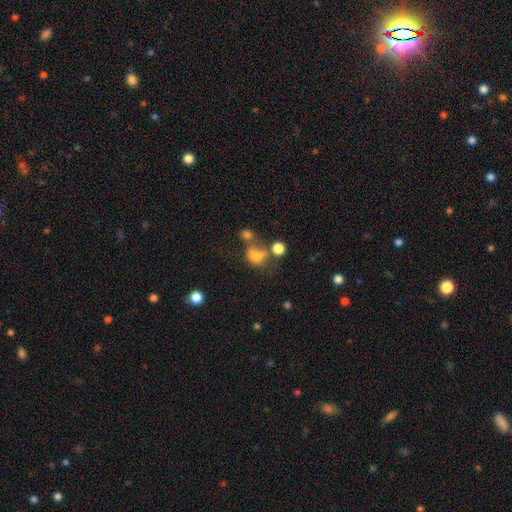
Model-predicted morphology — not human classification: smooth 70%, star or artifact 15%, featured or disk 15%. Down the decision tree: how rounded — round (52%); merging — merger (35%).